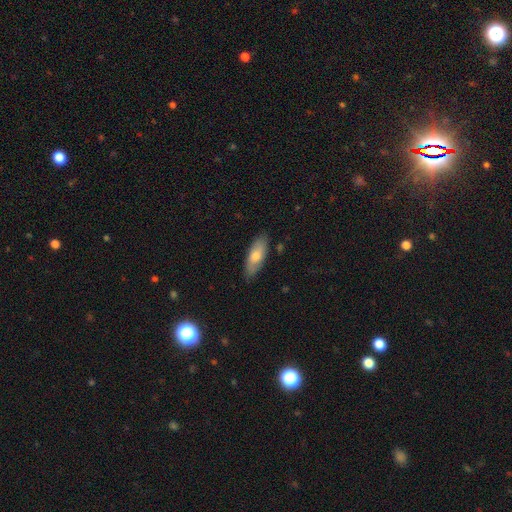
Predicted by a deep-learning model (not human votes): Morphology: type=smooth (69%); roundness=in between (73%); merging=none (83%).